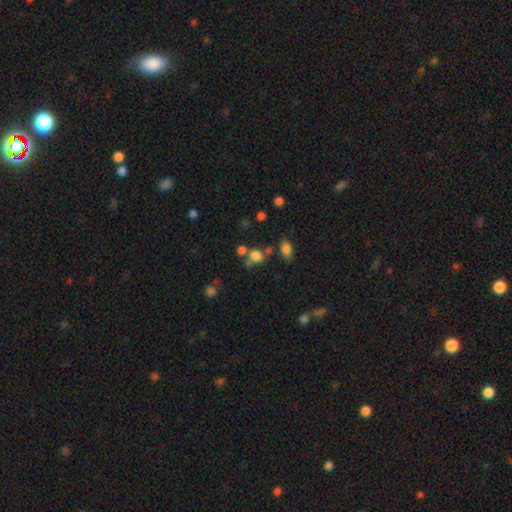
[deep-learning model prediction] A smooth galaxy with no disk features (75%) that is round (72%). Merging: none (53%).